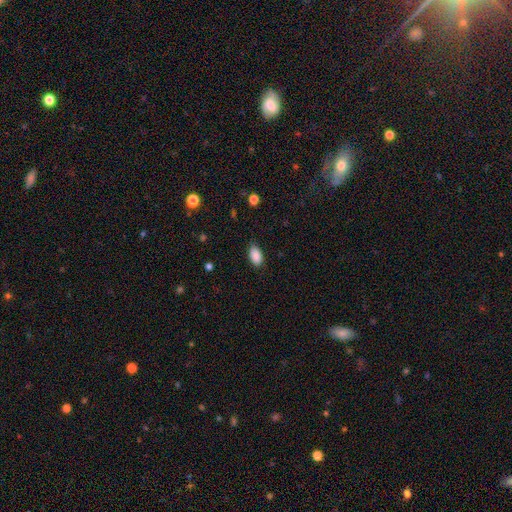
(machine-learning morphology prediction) Q: Smooth or featured?
A: smooth (89%); runner-up: star or artifact (7%)
Q: How rounded?
A: in between (93%); runner-up: round (5%)
Q: Merging?
A: none (84%); runner-up: minor disturbance (12%)